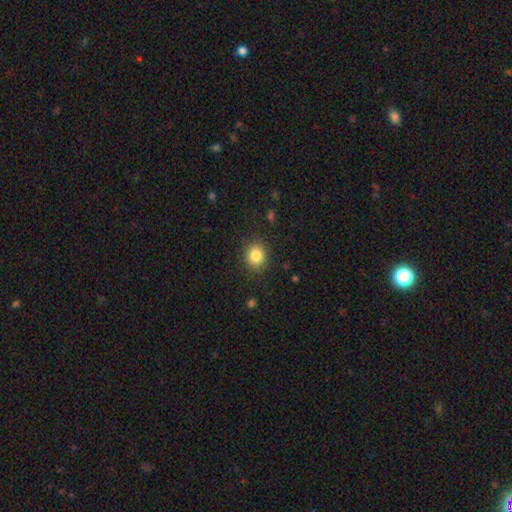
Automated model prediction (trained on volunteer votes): smooth-or-featured: smooth: 83% | star or artifact: 10% | featured or disk: 6%
  how-rounded: round: 76% | in between: 23% | cigar-shaped: 1%
  merging: none: 88% | minor disturbance: 8% | major disturbance: 3% | merger: 1%